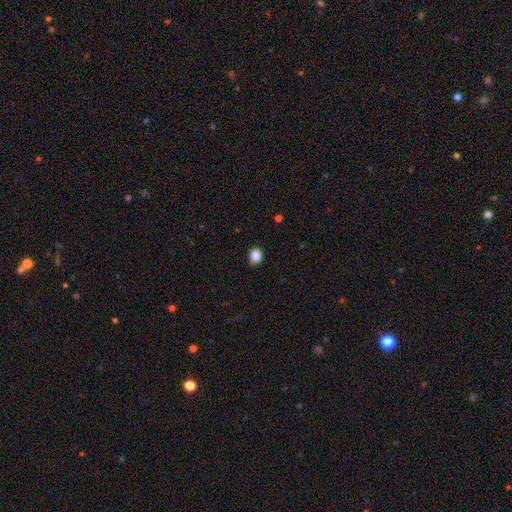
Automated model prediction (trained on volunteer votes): This is clearly a smooth galaxy (87%). How rounded: possibly in between (53%). Merging: likely none (75%).